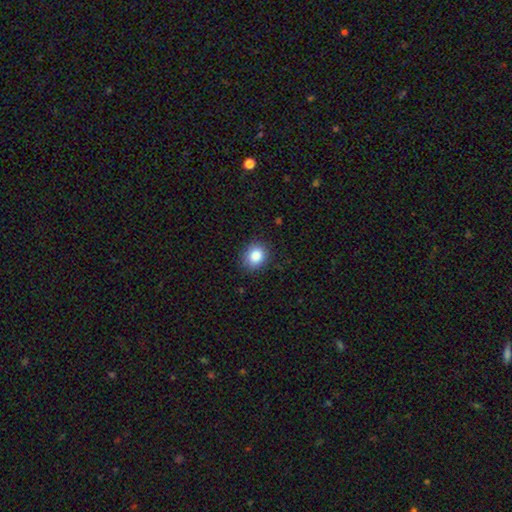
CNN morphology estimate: smooth 86%, star or artifact 9%, featured or disk 5%. Down the decision tree: how rounded — round (64%); merging — none (87%).